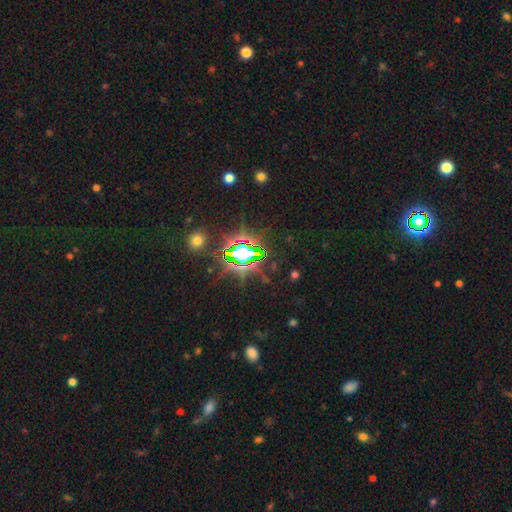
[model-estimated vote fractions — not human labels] The model was most divided on "smooth or featured": star or artifact: 82%, smooth: 11%, featured or disk: 7%.